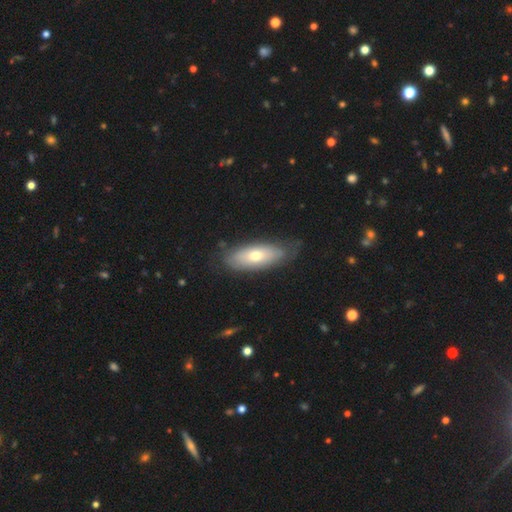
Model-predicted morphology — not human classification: Q: Smooth or featured?
A: smooth (58%); runner-up: featured or disk (37%)
Q: How rounded?
A: in between (78%); runner-up: cigar-shaped (20%)
Q: Merging?
A: none (69%); runner-up: minor disturbance (23%)